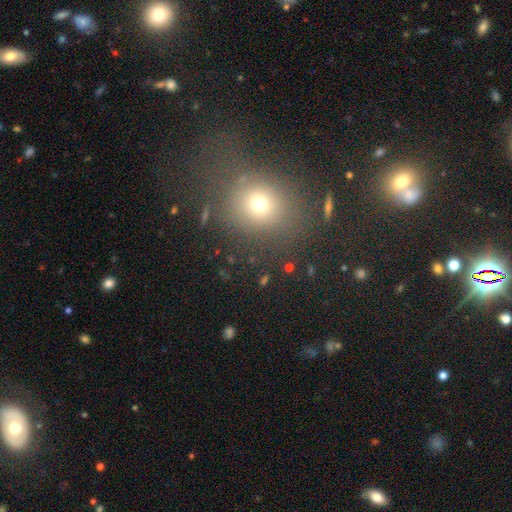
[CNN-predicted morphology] The model was most divided on "smooth or featured": smooth: 56%, star or artifact: 33%, featured or disk: 11%. More confident: merging — none (75%); how rounded — round (68%).